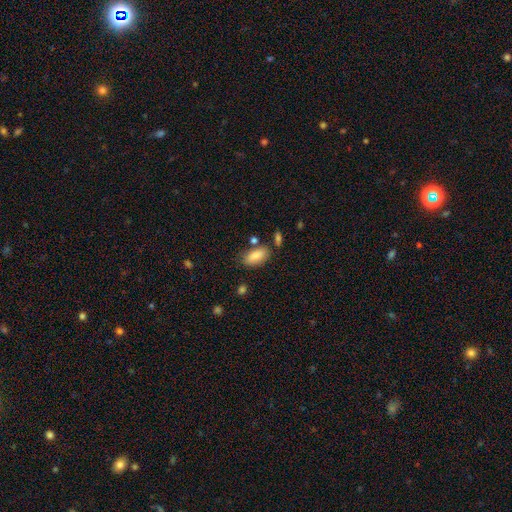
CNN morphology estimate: Smooth or featured? Predicted: smooth (p=0.85). How rounded? Predicted: in between (p=0.91). Merging? Predicted: none (p=0.73).